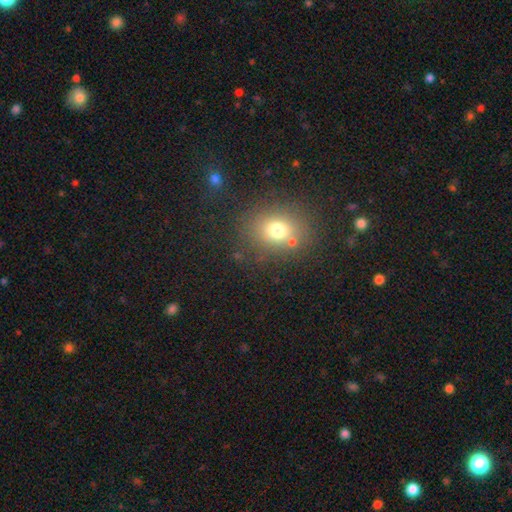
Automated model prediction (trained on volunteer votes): Smooth or featured? smooth (64%)
How rounded? round (63%)
Merging? none (85%)